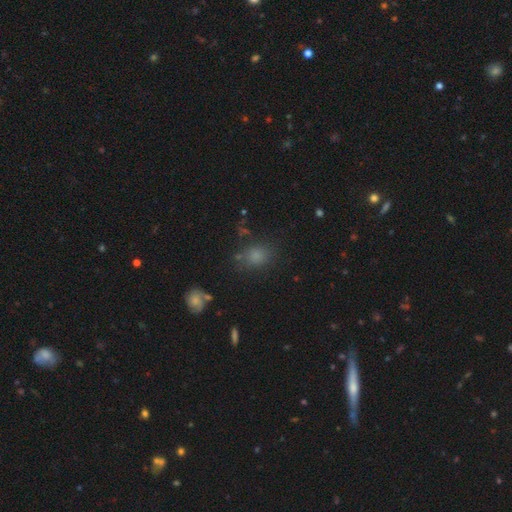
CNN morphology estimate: Smooth or featured: smooth — 75% (star or artifact — 17%)
How rounded: round — 53% (in between — 45%)
Merging: none — 73% (minor disturbance — 15%)